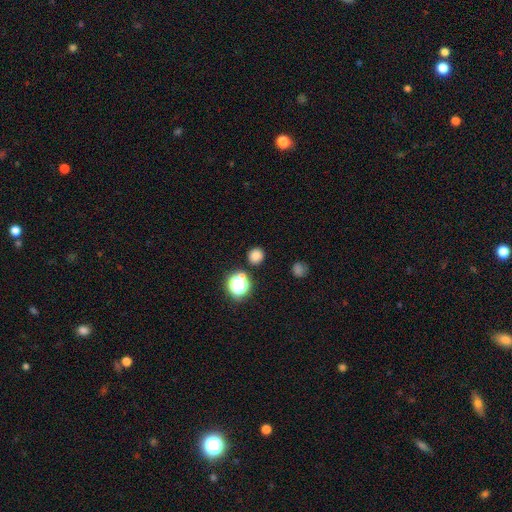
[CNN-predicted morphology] Smooth or featured: smooth — 76% (star or artifact — 19%)
How rounded: round — 92% (in between — 7%)
Merging: none — 88% (minor disturbance — 7%)